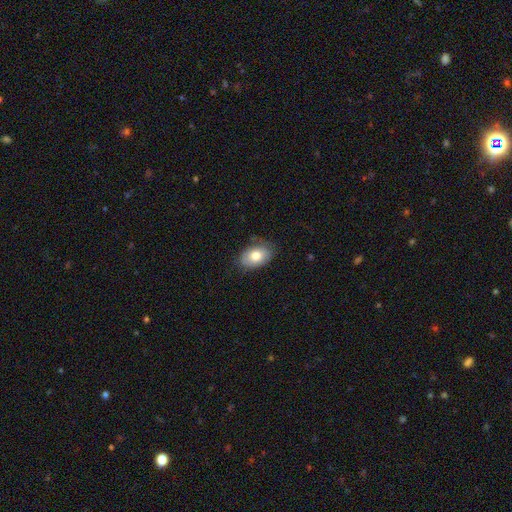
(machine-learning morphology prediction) Smooth or featured?
  - smooth: 77% *
  - featured or disk: 16%
  - star or artifact: 7%
How rounded?
  - in between: 86% *
  - round: 13%
  - cigar-shaped: 1%
Merging?
  - none: 76% *
  - minor disturbance: 19%
  - major disturbance: 4%
  - merger: 1%